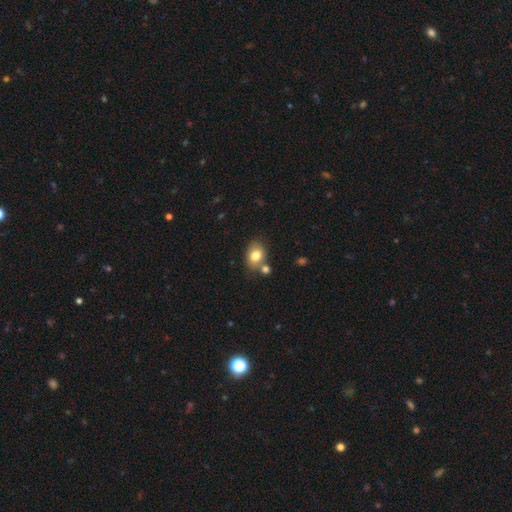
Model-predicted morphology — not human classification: The model was most divided on "how rounded": in between: 69%, round: 30%, cigar-shaped: 1%. More confident: smooth or featured — smooth (79%); merging — none (63%).